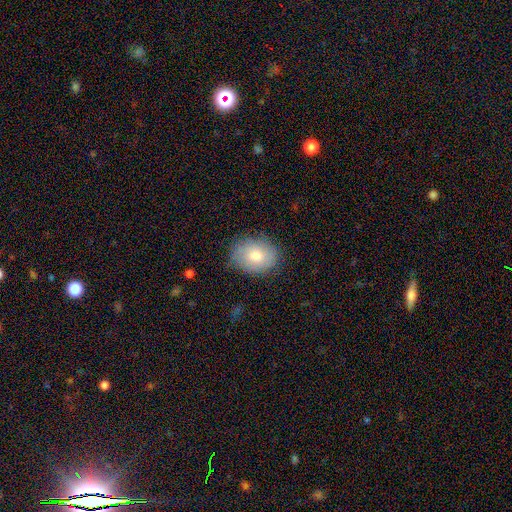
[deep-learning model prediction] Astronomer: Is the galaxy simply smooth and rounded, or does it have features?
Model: smooth — 70%.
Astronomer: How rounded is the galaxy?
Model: in between — 63%.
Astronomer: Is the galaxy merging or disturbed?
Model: none — 78%.